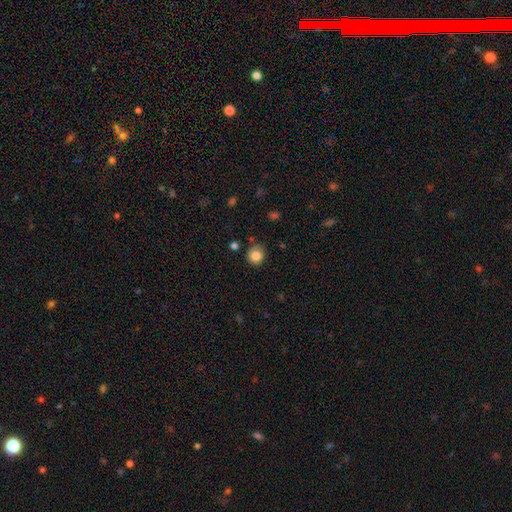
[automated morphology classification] Smooth or featured: smooth — 82% (star or artifact — 11%)
How rounded: round — 89% (in between — 10%)
Merging: none — 82% (minor disturbance — 12%)